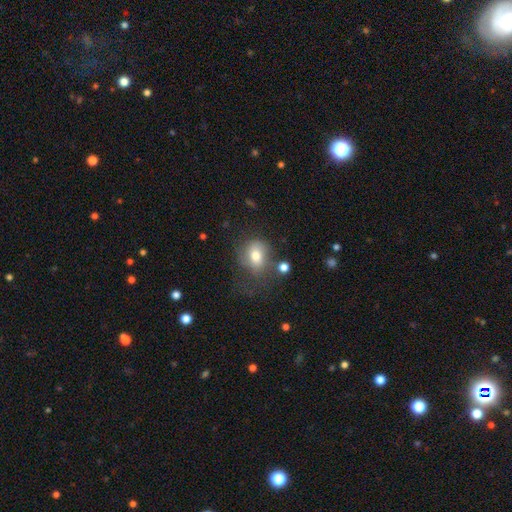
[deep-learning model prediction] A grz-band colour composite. It shows a smooth galaxy with no disk features (72%) that is round (53%). Merging: none (46%).